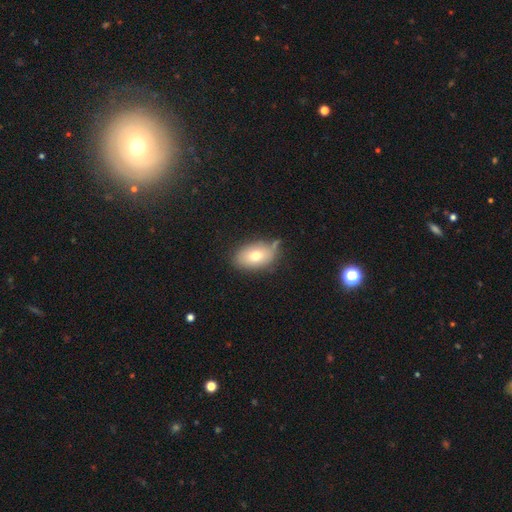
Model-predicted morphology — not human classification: A smooth galaxy with no disk features (74%) that is in between round and cigar-shaped (89%). Merging: none (68%).